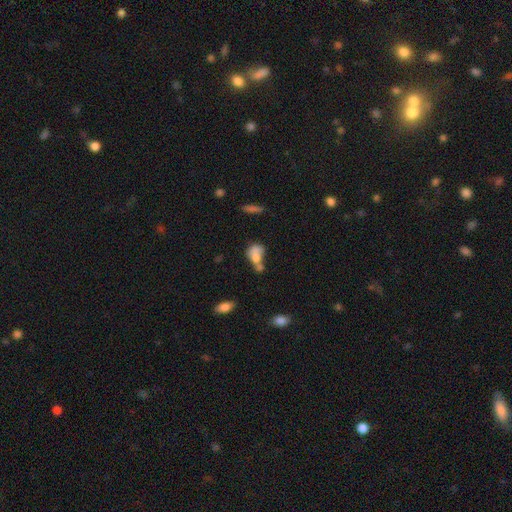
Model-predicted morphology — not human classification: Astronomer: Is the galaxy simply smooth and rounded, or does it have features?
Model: smooth — 70%.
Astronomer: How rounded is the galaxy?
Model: in between — 65%.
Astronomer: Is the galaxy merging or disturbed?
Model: merger — 53%.